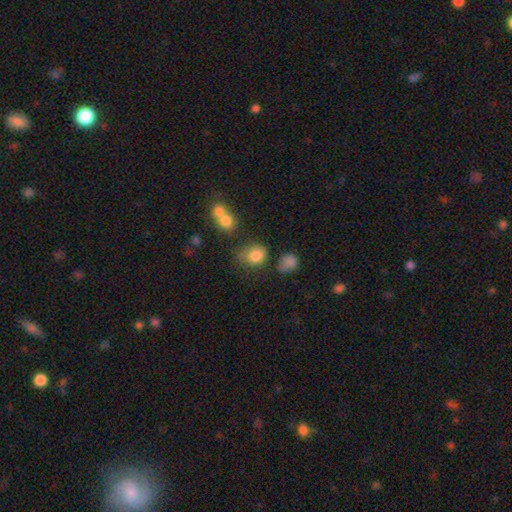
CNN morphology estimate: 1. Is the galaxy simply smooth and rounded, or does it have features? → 80% smooth, 11% star or artifact, 8% featured or disk.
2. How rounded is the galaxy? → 59% round, 39% in between, 1% cigar-shaped.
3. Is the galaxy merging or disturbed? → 51% none, 26% minor disturbance, 11% major disturbance, 11% merger.